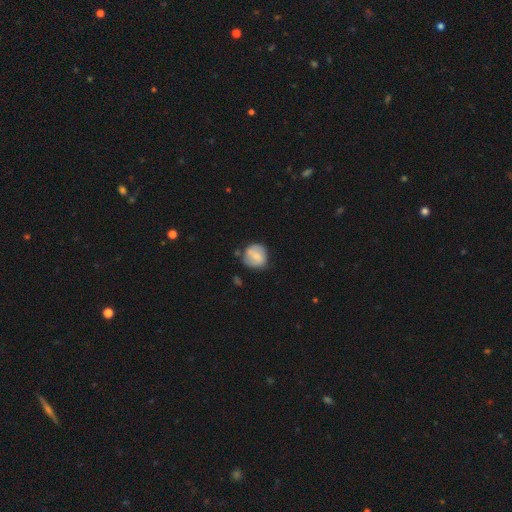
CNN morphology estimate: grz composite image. It shows a smooth galaxy with no disk features (60%) that is round (83%). Merging: none (64%).